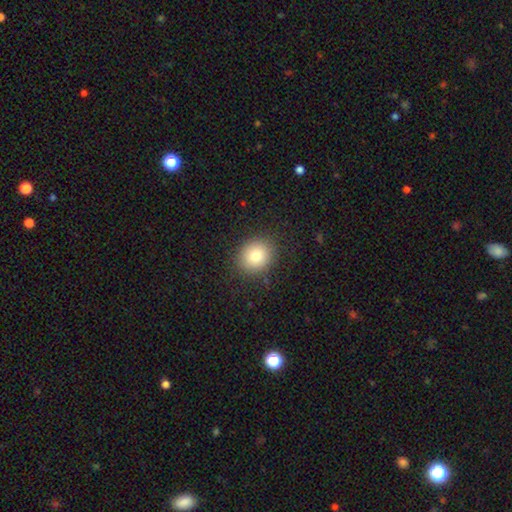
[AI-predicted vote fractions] A smooth galaxy with no disk features (81%) that is round (76%).

Vote fractions:
- Smooth or featured? smooth: 81% / star or artifact: 10% / featured or disk: 9%
- How rounded? round: 76% / in between: 23% / cigar-shaped: 1%
- Merging? none: 89% / minor disturbance: 8% / major disturbance: 3% / merger: 1%